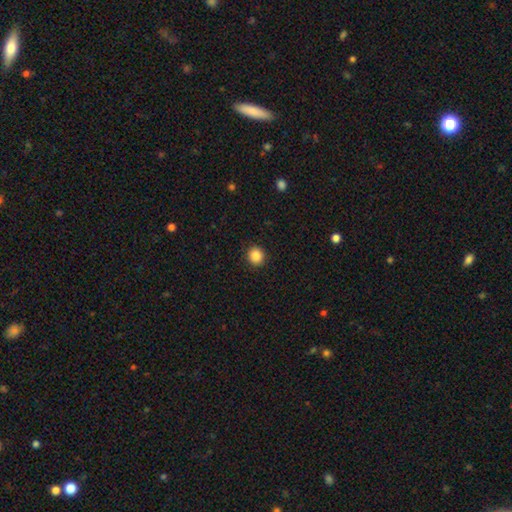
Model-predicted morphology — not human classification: smooth 88%, star or artifact 9%, featured or disk 3%. Down the decision tree: how rounded — round (90%); merging — none (92%).